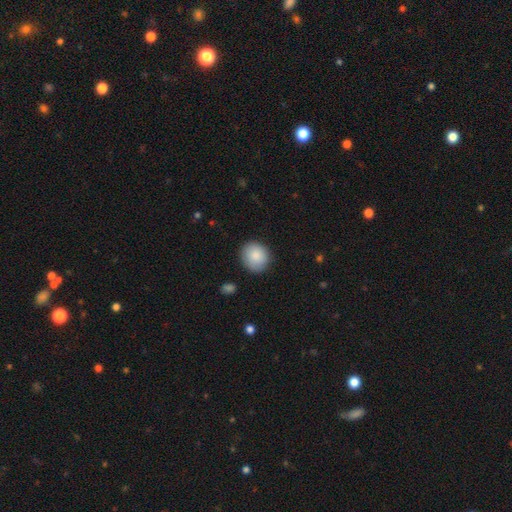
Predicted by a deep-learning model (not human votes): Smooth or featured? Predicted: smooth (p=0.88). How rounded? Predicted: round (p=0.79). Merging? Predicted: none (p=0.87).